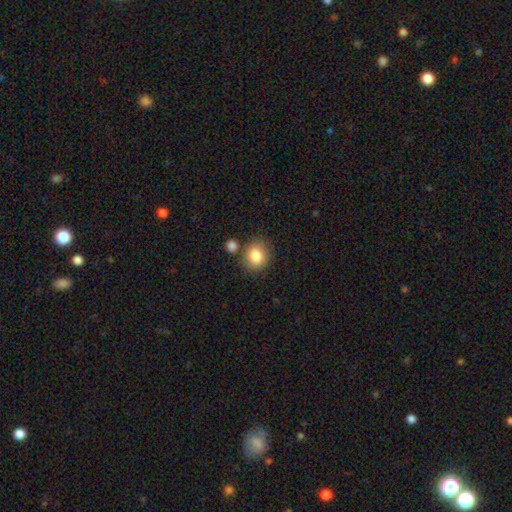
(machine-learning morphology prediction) smooth_or_featured: smooth (p=0.84) [alt: star or artifact p=0.09]
how_rounded: round (p=0.72) [alt: in between p=0.28]
merging: none (p=0.74) [alt: minor disturbance p=0.12]